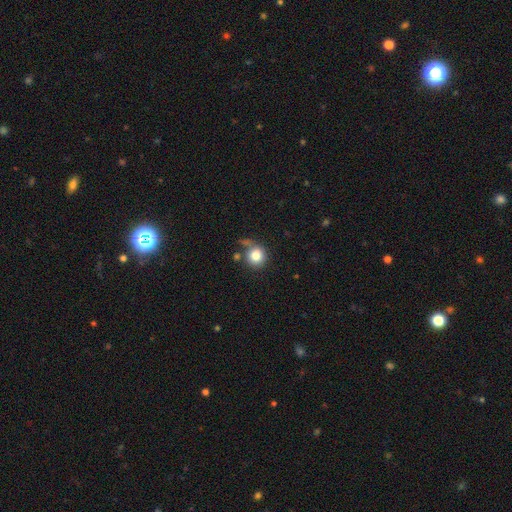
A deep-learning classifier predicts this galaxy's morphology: This is clearly a smooth galaxy (82%). How rounded: clearly round (89%). Merging: likely none (63%).